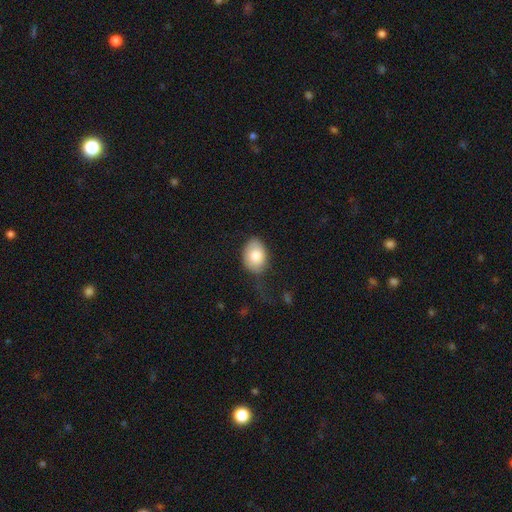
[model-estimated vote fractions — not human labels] Overall: smooth (80%). How rounded: in between (75%). Merging: none (54%; minor disturbance 31%).